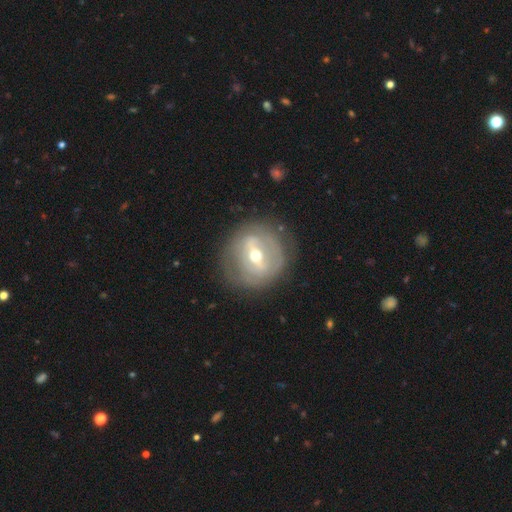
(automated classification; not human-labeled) A featured or disk galaxy (73%) with a strong bar (52%), no spiral arms (59%) and a moderate central bulge (61%). Merging: none (77%).